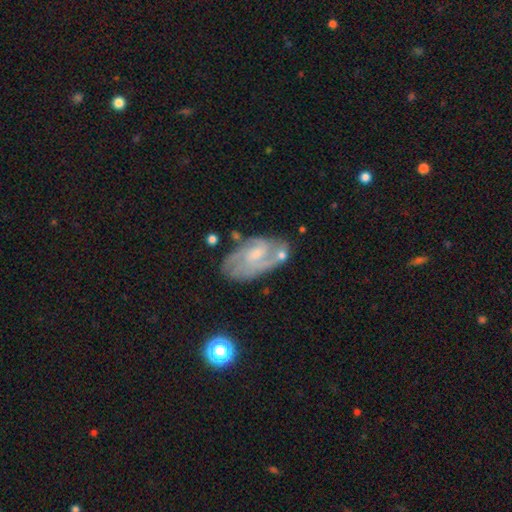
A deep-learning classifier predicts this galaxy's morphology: A featured or disk galaxy (79%) with no bar (46%, tied with weak), 2 (32%) medium (45%) spiral arms (92%) and a small central bulge (52%). Merging: none (58%).